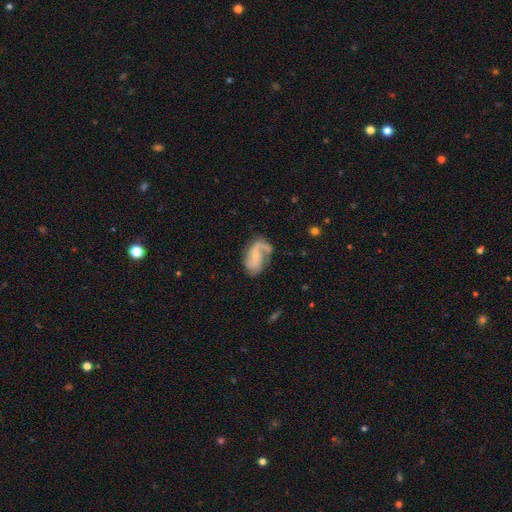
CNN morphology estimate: This is likely a featured or disk galaxy (76%). It is clearly not viewed edge-on (97%). Bar: possibly no (55%). Spiral arm pattern: clearly yes (92%). Spiral arm count: likely 2 (66%). Spiral winding: possibly loose (45%). Central bulge: likely small (64%). Merging: possibly none (54%).